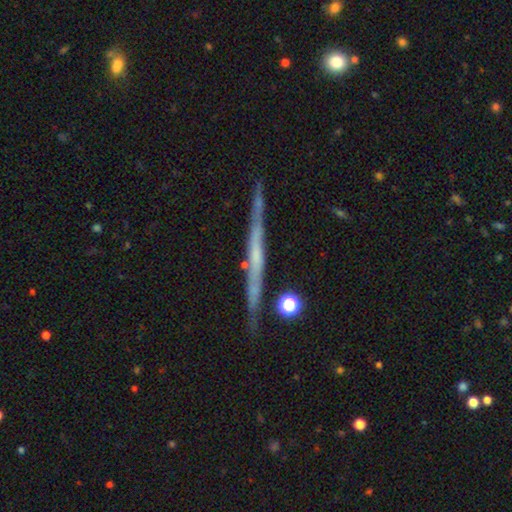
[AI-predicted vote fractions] smooth-or-featured: featured or disk: 70% | smooth: 23% | star or artifact: 7%
  disk-edge-on: yes: 97% | no: 3%
    edge-on-bulge: none: 77% | rounded: 15% | boxy: 8%
  merging: none: 86% | minor disturbance: 10% | merger: 2% | major disturbance: 2%